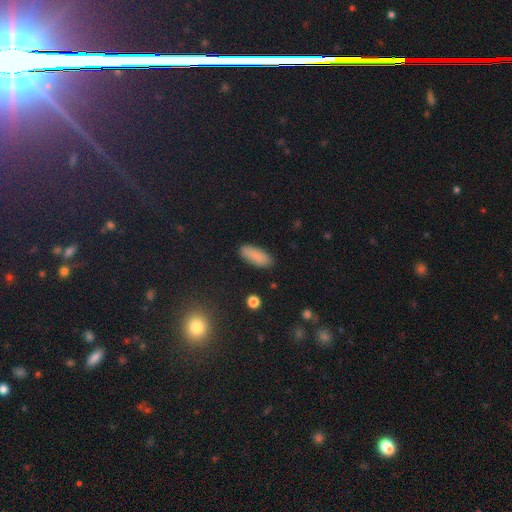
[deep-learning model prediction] The model was most divided on "how rounded": in between: 70%, cigar-shaped: 28%, round: 2%. More confident: smooth or featured — smooth (87%); merging — none (86%).